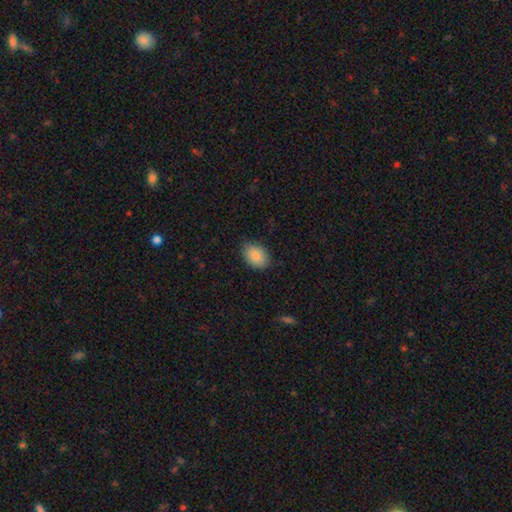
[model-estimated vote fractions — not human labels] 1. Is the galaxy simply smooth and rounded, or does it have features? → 87% smooth, 7% star or artifact, 6% featured or disk.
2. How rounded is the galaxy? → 80% in between, 19% round, 1% cigar-shaped.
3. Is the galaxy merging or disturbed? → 82% none, 14% minor disturbance, 3% major disturbance, 1% merger.